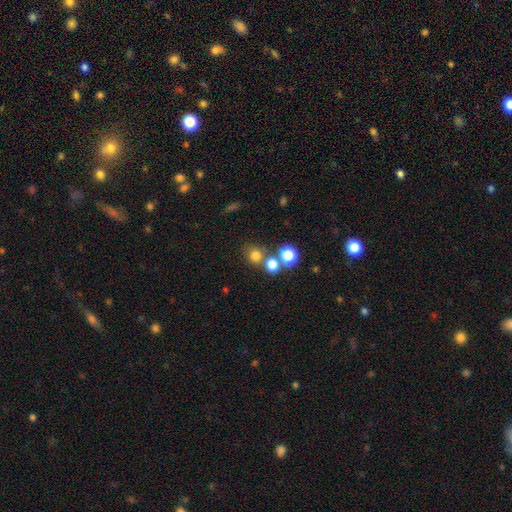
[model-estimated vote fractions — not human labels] Q: Smooth or featured?
A: smooth (74%); runner-up: star or artifact (19%)
Q: How rounded?
A: round (80%); runner-up: in between (19%)
Q: Merging?
A: none (64%); runner-up: merger (23%)